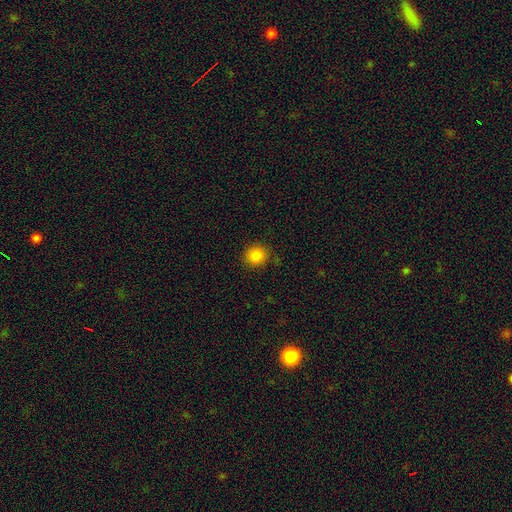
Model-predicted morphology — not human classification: smooth 83%, star or artifact 12%, featured or disk 5%. Down the decision tree: how rounded — round (89%); merging — none (87%).